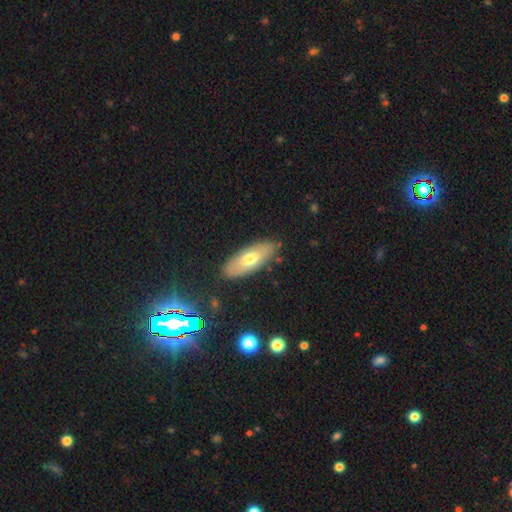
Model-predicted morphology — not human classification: type=smooth (49%); merging=none (85%).